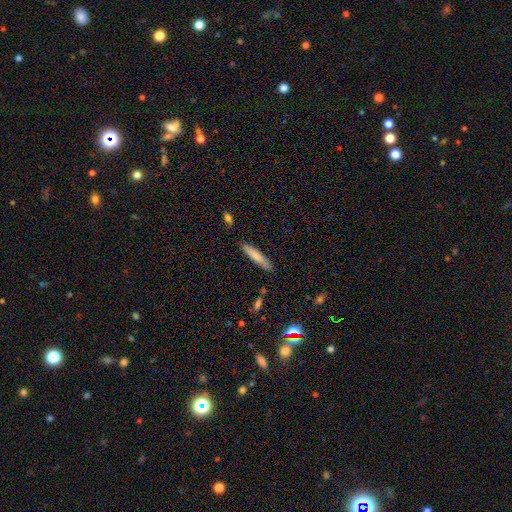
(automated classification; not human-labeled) smooth_or_featured: smooth (p=0.76) [alt: featured or disk p=0.18]
how_rounded: cigar-shaped (p=0.87) [alt: in between p=0.11]
merging: none (p=0.85) [alt: minor disturbance p=0.12]